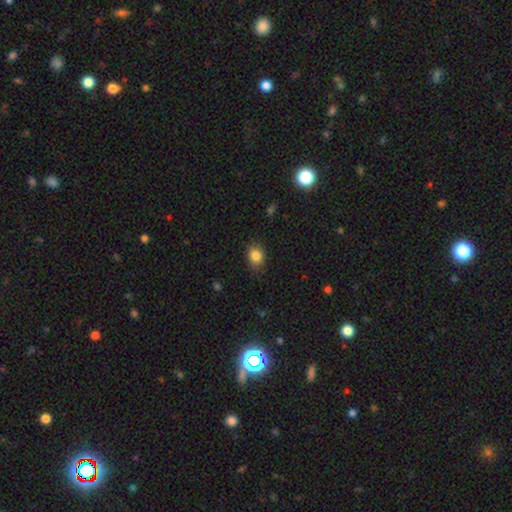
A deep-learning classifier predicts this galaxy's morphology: A smooth galaxy with no disk features (84%) that is in between round and cigar-shaped (57%). Merging: none (78%).